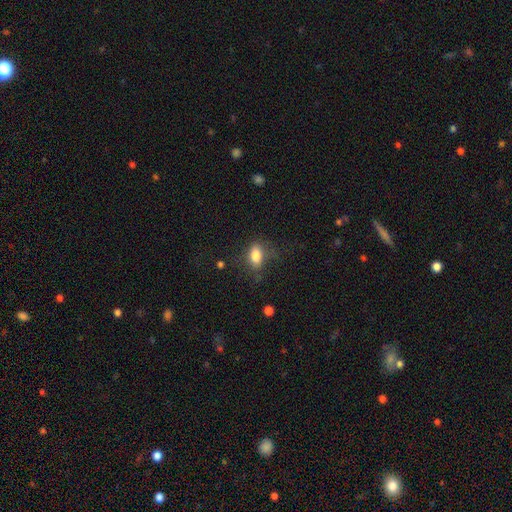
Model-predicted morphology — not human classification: Overall: smooth (81%). How rounded: in between (85%). Merging: none (65%).